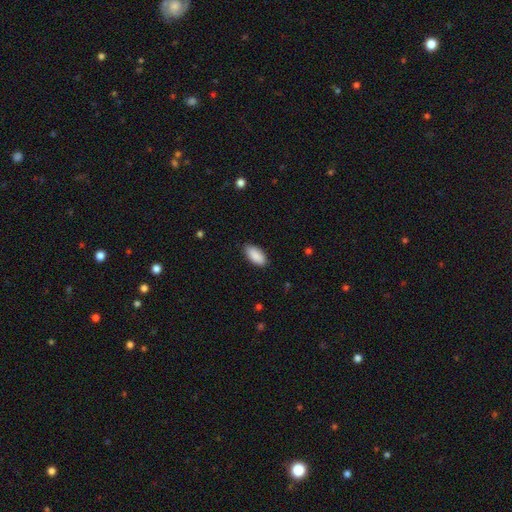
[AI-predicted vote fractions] Smooth or featured?
  - smooth: 90% *
  - star or artifact: 6%
  - featured or disk: 4%
How rounded?
  - in between: 91% *
  - cigar-shaped: 7%
  - round: 2%
Merging?
  - none: 86% *
  - minor disturbance: 10%
  - major disturbance: 2%
  - merger: 1%